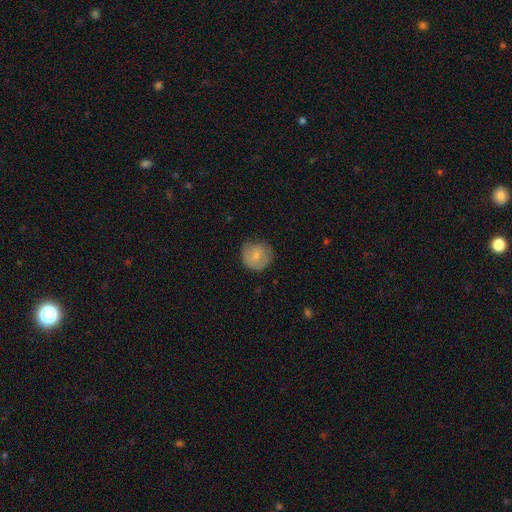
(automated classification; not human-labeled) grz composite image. It shows a smooth galaxy with no disk features (71%) that is round (89%). Merging: none (69%).